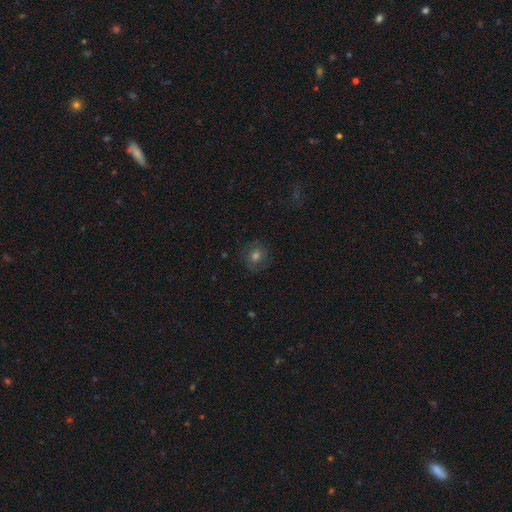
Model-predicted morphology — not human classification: Overall: smooth (60%; featured or disk 21%). How rounded: round (84%). Merging: none (83%).